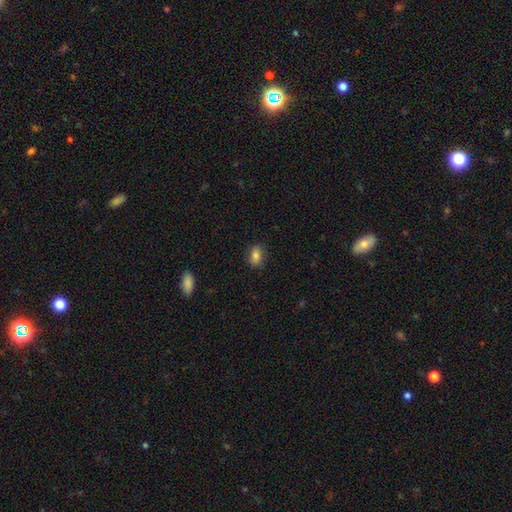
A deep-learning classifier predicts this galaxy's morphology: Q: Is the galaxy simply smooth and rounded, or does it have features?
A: smooth — 81%.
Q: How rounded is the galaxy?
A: in between — 76%.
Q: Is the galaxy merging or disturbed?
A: none — 82%.